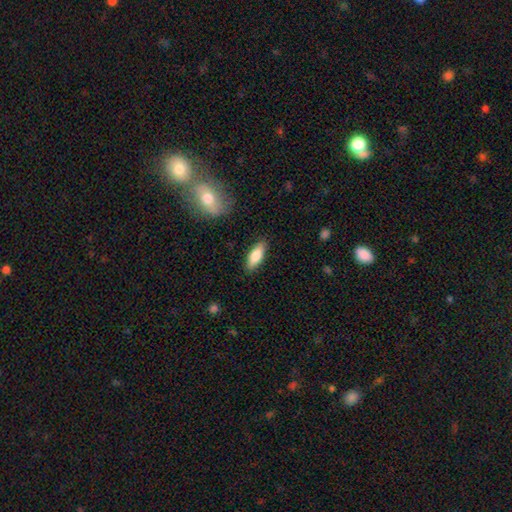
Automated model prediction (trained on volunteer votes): Smooth or featured?
  - smooth: 78% *
  - featured or disk: 16%
  - star or artifact: 6%
How rounded?
  - in between: 69% *
  - cigar-shaped: 29%
  - round: 2%
Merging?
  - none: 87% *
  - minor disturbance: 9%
  - major disturbance: 2%
  - merger: 1%